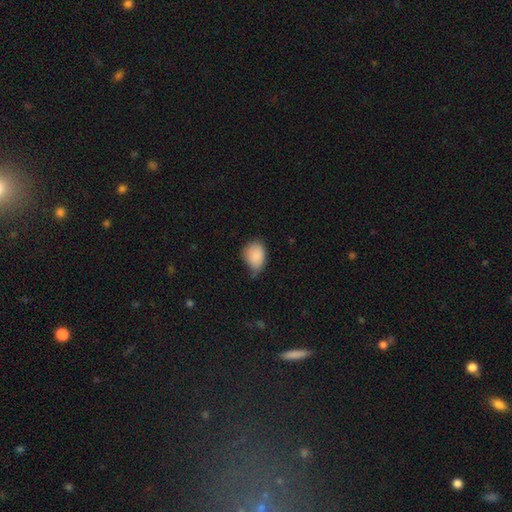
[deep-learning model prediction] Smooth or featured? smooth (87%)
How rounded? in between (68%)
Merging? minor disturbance (46%)